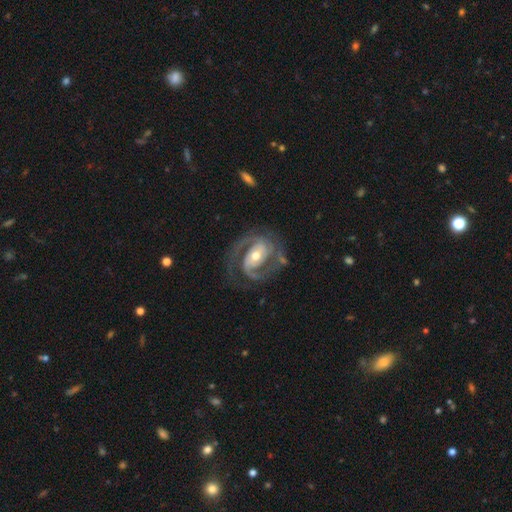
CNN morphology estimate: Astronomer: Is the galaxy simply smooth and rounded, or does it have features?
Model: featured or disk — 91%.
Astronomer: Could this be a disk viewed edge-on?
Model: no — 97%.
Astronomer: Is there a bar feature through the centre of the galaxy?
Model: weak — 35% (runner-up: no, 34%).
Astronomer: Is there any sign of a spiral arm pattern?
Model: yes — 98%.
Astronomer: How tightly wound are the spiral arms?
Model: medium — 49% (runner-up: tight, 41%).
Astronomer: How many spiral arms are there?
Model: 2 — 85%.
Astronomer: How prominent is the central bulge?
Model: moderate — 64%.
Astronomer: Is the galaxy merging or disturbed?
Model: none — 73%.